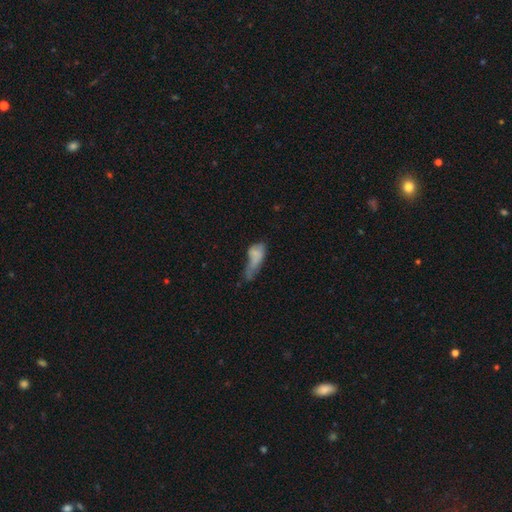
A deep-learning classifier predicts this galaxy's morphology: Overall: smooth (65%). How rounded: in between (78%). Merging: major disturbance (41%; minor disturbance 26%).